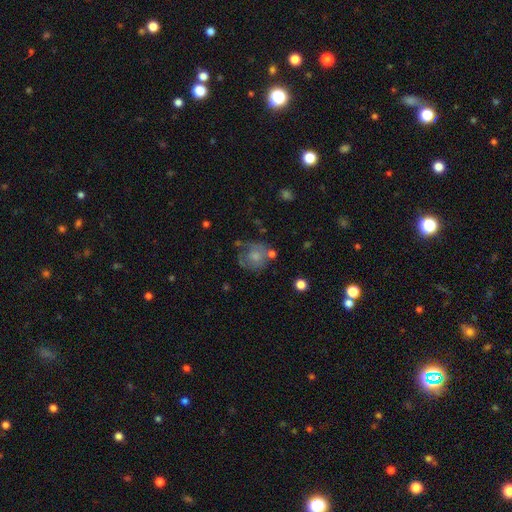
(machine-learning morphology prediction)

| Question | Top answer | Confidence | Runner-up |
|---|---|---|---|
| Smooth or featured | smooth | 50% | featured or disk (41%) |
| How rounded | round | 76% | in between (23%) |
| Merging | none | 43% | minor disturbance (24%) |